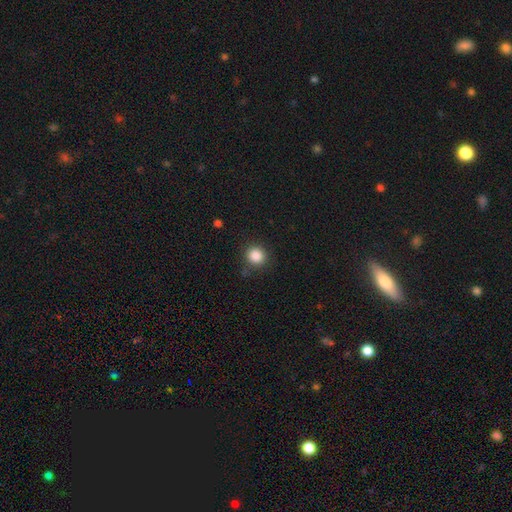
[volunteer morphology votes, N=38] A smooth galaxy with no disk features (89%) that is round (91%).

Vote fractions:
- Smooth or featured? smooth: 89% / star or artifact: 8% / featured or disk: 3%
- How rounded? round: 91% / in between: 9% / cigar-shaped: 0%
- Merging? none: 63% / minor disturbance: 31% / major disturbance: 3% / merger: 3%